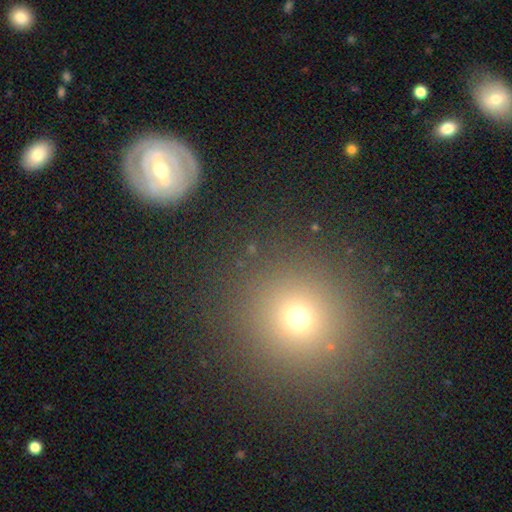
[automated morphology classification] A smooth galaxy with no disk features (55%) that is round (91%). Merging: none (88%).